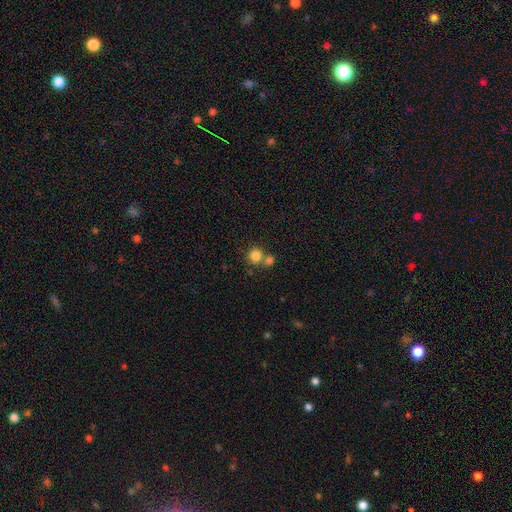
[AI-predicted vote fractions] This appears to be a smooth galaxy with no disk features (82%) that is round (91%). Merging: none (59%).